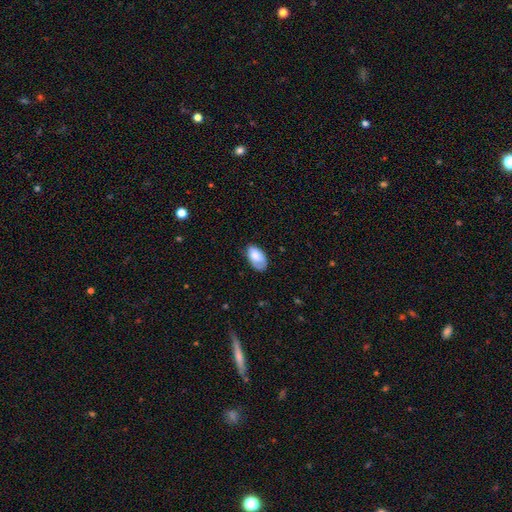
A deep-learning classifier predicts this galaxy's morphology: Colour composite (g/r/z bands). It shows a smooth galaxy with no disk features (76%) that is in between round and cigar-shaped (95%). Merging: none (63%).